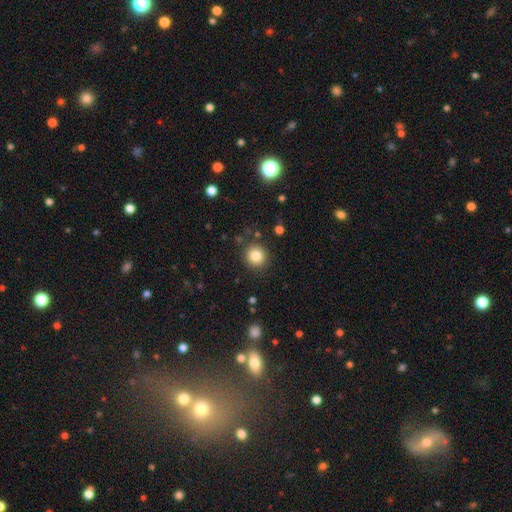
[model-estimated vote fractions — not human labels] Smooth or featured: smooth — 84% (star or artifact — 11%)
How rounded: round — 92% (in between — 7%)
Merging: none — 88% (minor disturbance — 7%)